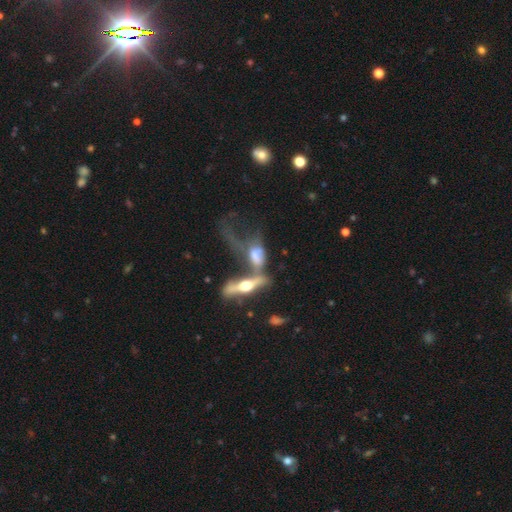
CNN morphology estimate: The model was most divided on "edge-on disk": yes: 55%, no: 45%. More confident: merging — merger (61%); smooth or featured — featured or disk (58%).